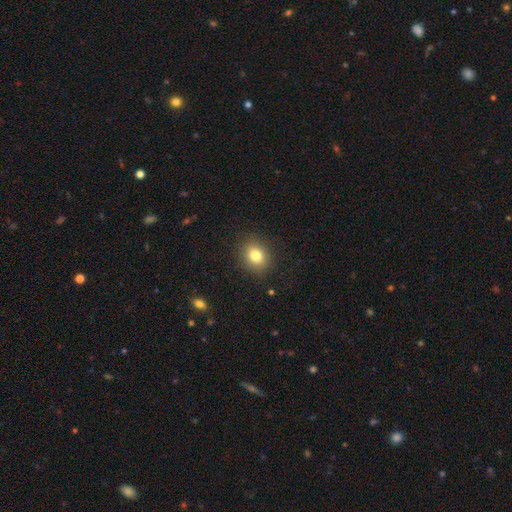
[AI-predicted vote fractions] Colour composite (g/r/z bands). It shows a smooth galaxy with no disk features (81%) that is round (59%). Merging: none (87%).